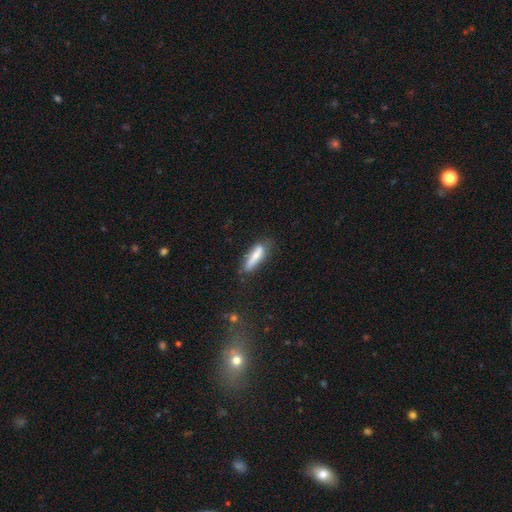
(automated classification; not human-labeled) Smooth or featured: smooth — 69% (featured or disk — 24%)
How rounded: cigar-shaped — 70% (in between — 28%)
Merging: none — 65% (minor disturbance — 23%)